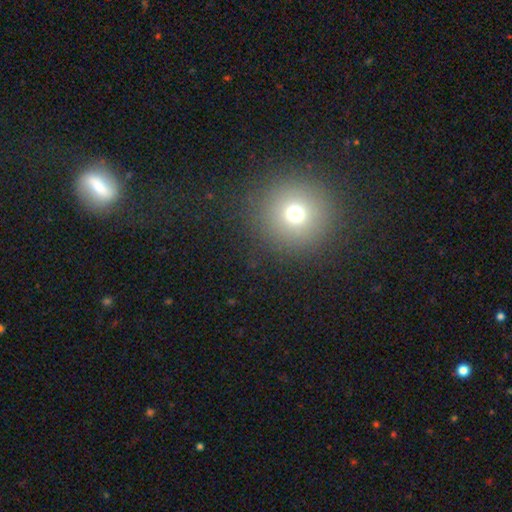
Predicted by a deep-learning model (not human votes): Q: Smooth or featured?
A: smooth (67%); runner-up: star or artifact (24%)
Q: How rounded?
A: round (94%); runner-up: in between (5%)
Q: Merging?
A: none (89%); runner-up: minor disturbance (6%)